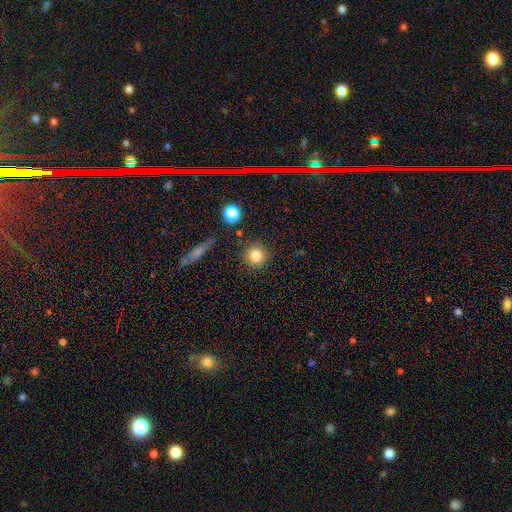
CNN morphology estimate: smooth_or_featured: smooth (p=0.82) [alt: star or artifact p=0.11]
how_rounded: round (p=0.94) [alt: in between p=0.05]
merging: none (p=0.87) [alt: minor disturbance p=0.07]